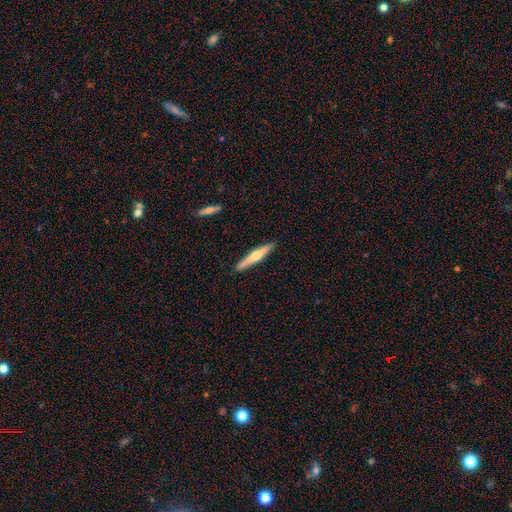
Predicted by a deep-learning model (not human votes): A featured or disk galaxy (49%). Merging: none (91%).